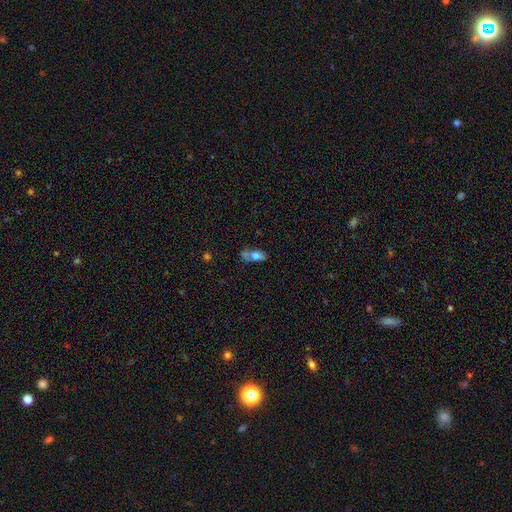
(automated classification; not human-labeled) smooth_or_featured: smooth (p=0.65) [alt: featured or disk p=0.24]
how_rounded: in between (p=0.79) [alt: cigar-shaped p=0.14]
merging: none (p=0.36) [alt: merger p=0.32]